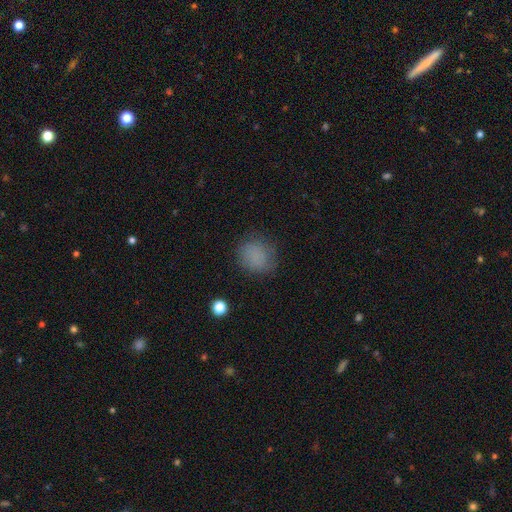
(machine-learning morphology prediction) This appears to be a smooth galaxy with no disk features (83%) that is round (79%). Merging: none (79%).